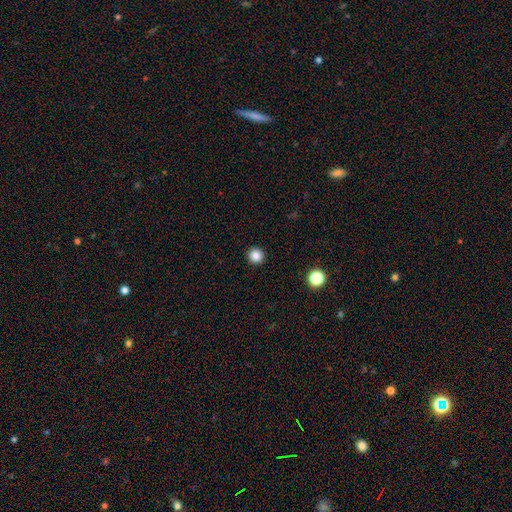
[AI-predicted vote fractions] Smooth or featured?
  - smooth: 85% *
  - star or artifact: 11%
  - featured or disk: 4%
How rounded?
  - round: 94% *
  - in between: 5%
  - cigar-shaped: 1%
Merging?
  - none: 93% *
  - minor disturbance: 4%
  - major disturbance: 2%
  - merger: 1%